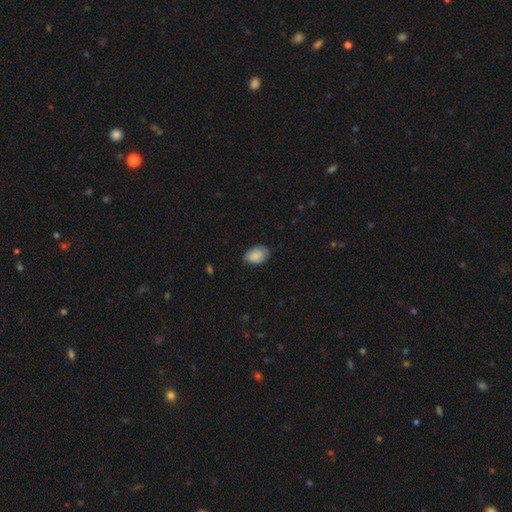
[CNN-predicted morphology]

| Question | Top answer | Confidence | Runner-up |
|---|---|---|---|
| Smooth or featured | smooth | 83% | featured or disk (10%) |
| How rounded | in between | 87% | round (12%) |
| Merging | none | 68% | minor disturbance (26%) |